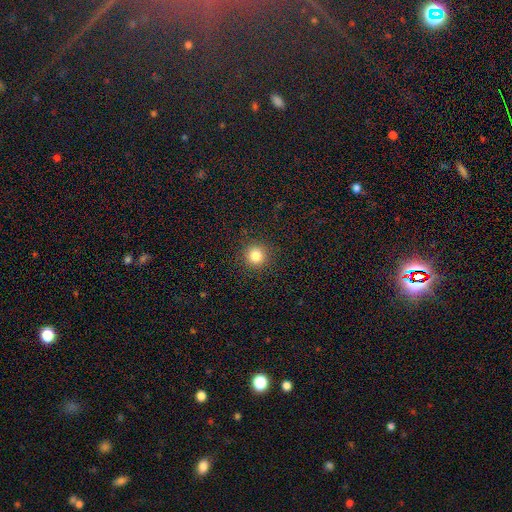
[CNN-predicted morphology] smooth_or_featured: smooth (p=0.82) [alt: star or artifact p=0.13]
how_rounded: round (p=0.95) [alt: in between p=0.04]
merging: none (p=0.91) [alt: minor disturbance p=0.06]